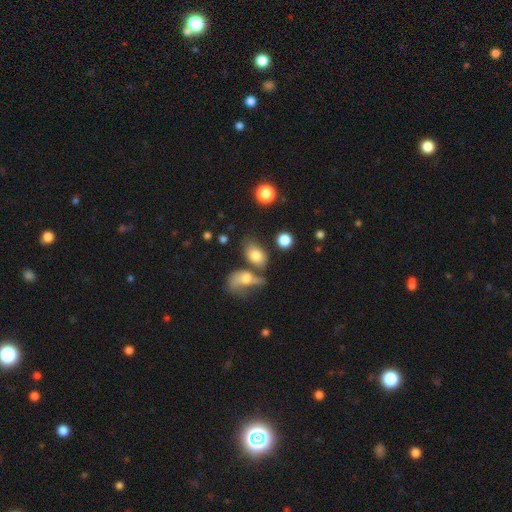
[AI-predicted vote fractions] smooth_or_featured: smooth (p=0.76) [alt: featured or disk p=0.15]
how_rounded: in between (p=0.84) [alt: round p=0.14]
merging: none (p=0.42) [alt: merger p=0.34]